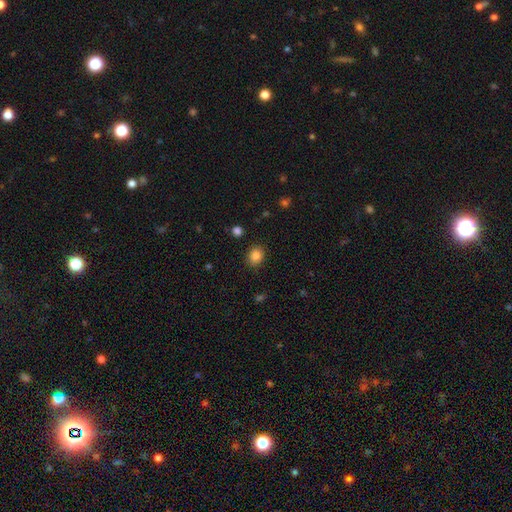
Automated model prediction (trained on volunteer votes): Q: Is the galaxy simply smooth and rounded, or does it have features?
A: smooth — 85%.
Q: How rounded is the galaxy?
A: round — 55%.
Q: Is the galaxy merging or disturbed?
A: none — 87%.